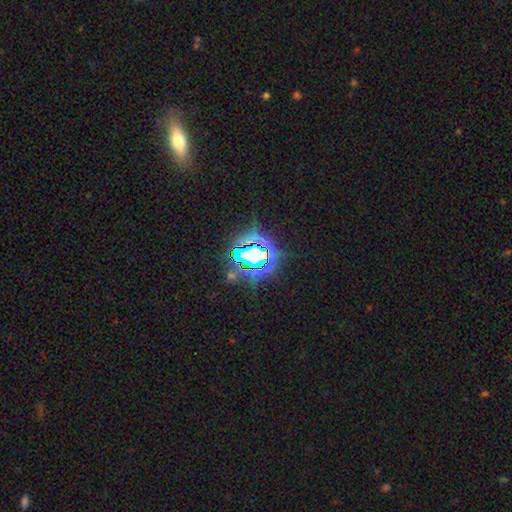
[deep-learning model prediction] smooth-or-featured: star or artifact: 76% | smooth: 14% | featured or disk: 10%